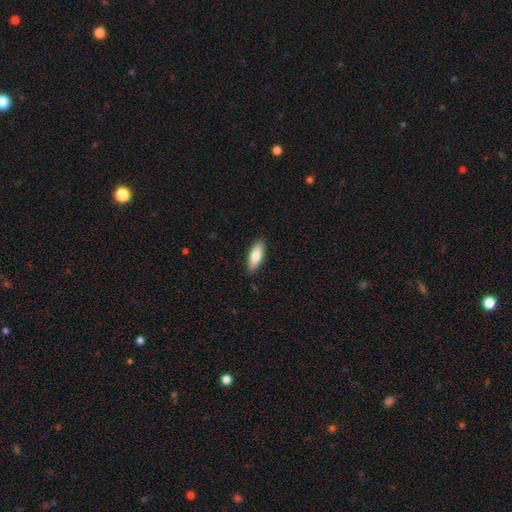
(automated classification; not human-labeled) A smooth galaxy with no disk features (77%) that is in between round and cigar-shaped (71%).

Vote fractions:
- Smooth or featured? smooth: 77% / featured or disk: 17% / star or artifact: 6%
- How rounded? in between: 71% / cigar-shaped: 27% / round: 2%
- Merging? none: 89% / minor disturbance: 9% / major disturbance: 2% / merger: 1%